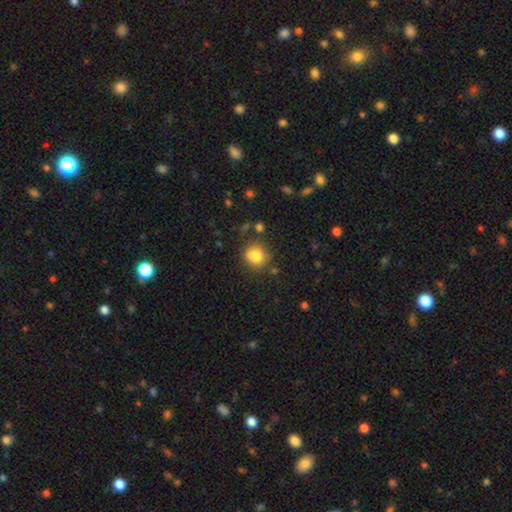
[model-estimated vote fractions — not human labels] Smooth or featured? smooth (80%)
How rounded? round (85%)
Merging? none (72%)